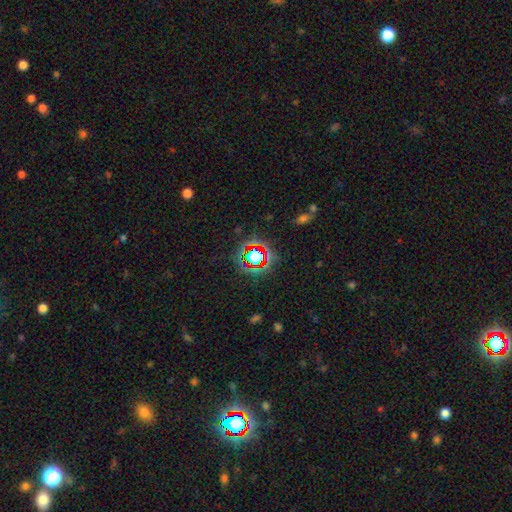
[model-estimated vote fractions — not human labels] A star or artifact, not a galaxy (66%).

Vote fractions:
- Smooth or featured? star or artifact: 66% / smooth: 23% / featured or disk: 11%